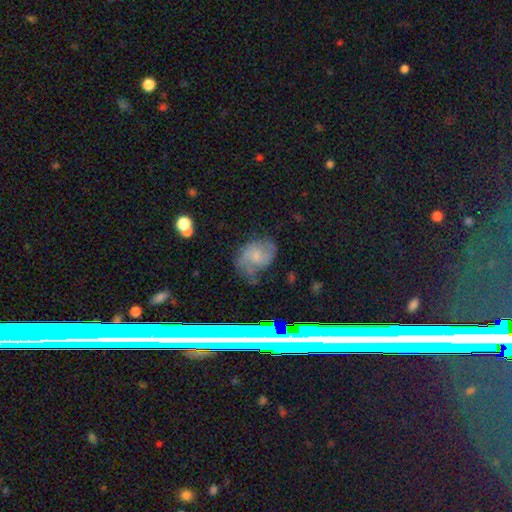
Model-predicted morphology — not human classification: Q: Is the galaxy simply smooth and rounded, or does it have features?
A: featured or disk — 49%.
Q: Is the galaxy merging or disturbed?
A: none — 51%.